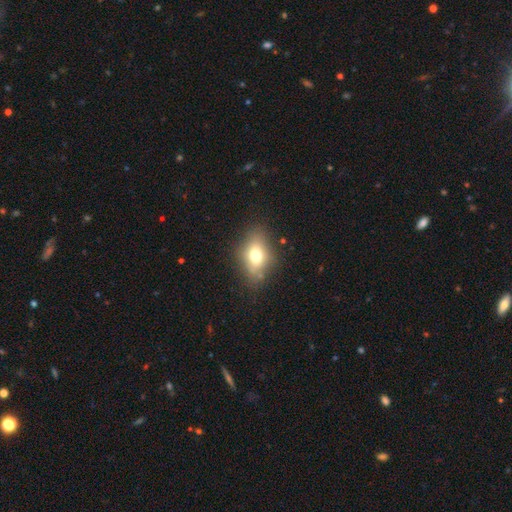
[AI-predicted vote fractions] Q: Smooth or featured?
A: smooth (70%); runner-up: featured or disk (18%)
Q: How rounded?
A: in between (75%); runner-up: round (22%)
Q: Merging?
A: none (71%); runner-up: minor disturbance (19%)